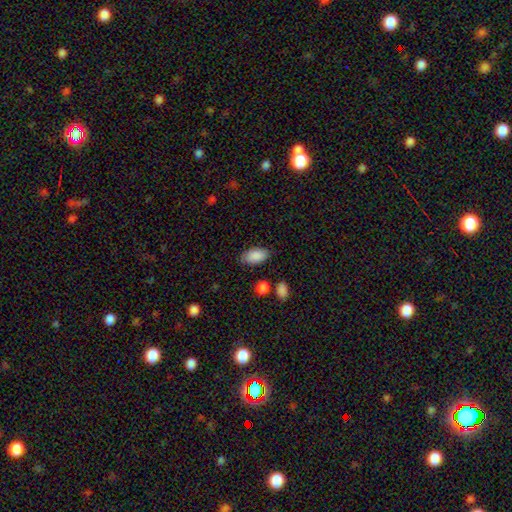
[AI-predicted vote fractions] smooth_or_featured: smooth (p=0.89) [alt: star or artifact p=0.07]
how_rounded: in between (p=0.94) [alt: round p=0.04]
merging: none (p=0.81) [alt: minor disturbance p=0.13]